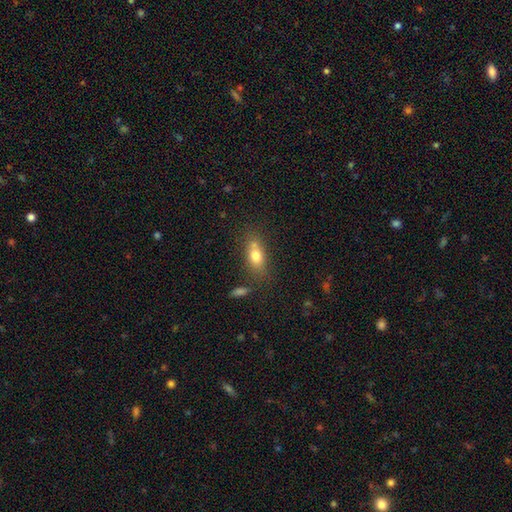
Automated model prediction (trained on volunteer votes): A smooth galaxy with no disk features (74%) that is in between round and cigar-shaped (74%). Merging: none (54%).